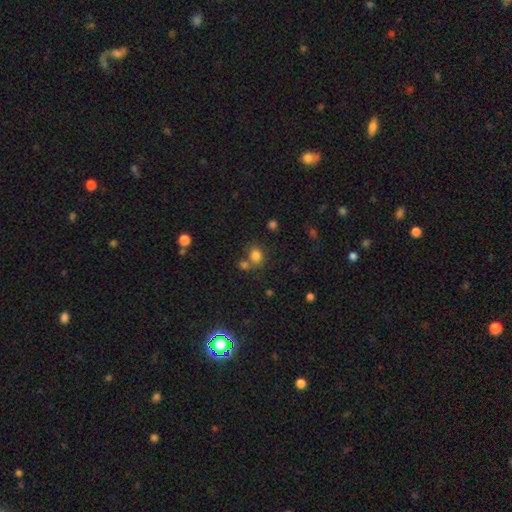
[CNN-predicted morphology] The model was most divided on "how rounded": round: 57%, in between: 42%, cigar-shaped: 1%. More confident: smooth or featured — smooth (80%); merging — none (59%).